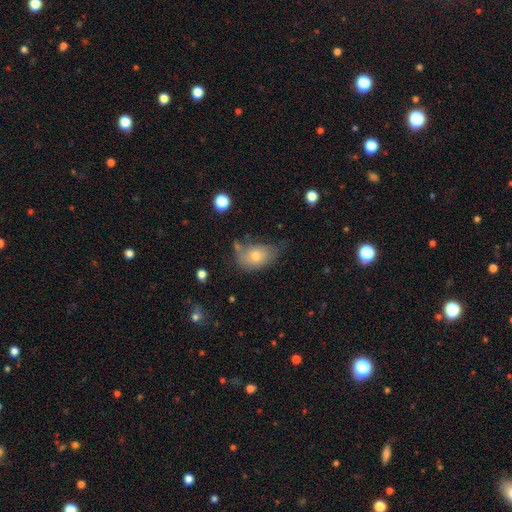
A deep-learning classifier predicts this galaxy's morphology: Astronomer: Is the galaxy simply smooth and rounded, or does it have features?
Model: smooth — 68%.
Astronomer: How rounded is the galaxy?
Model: in between — 78%.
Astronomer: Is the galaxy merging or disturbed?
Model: none — 40% (runner-up: minor disturbance, 37%).